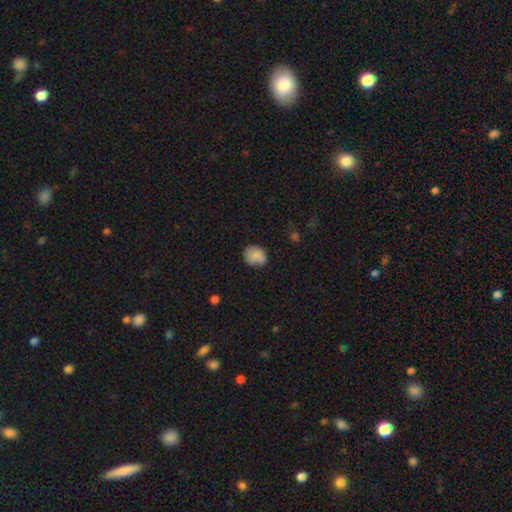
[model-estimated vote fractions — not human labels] smooth-or-featured: smooth: 81% | featured or disk: 10% | star or artifact: 9%
  how-rounded: round: 60% | in between: 39% | cigar-shaped: 1%
  merging: none: 63% | minor disturbance: 28% | major disturbance: 7% | merger: 3%